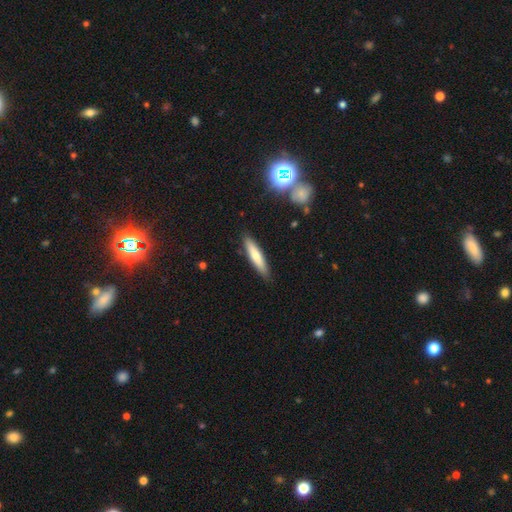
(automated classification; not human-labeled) A smooth galaxy with no disk features (69%) that is cigar-shaped (84%). Merging: none (88%).